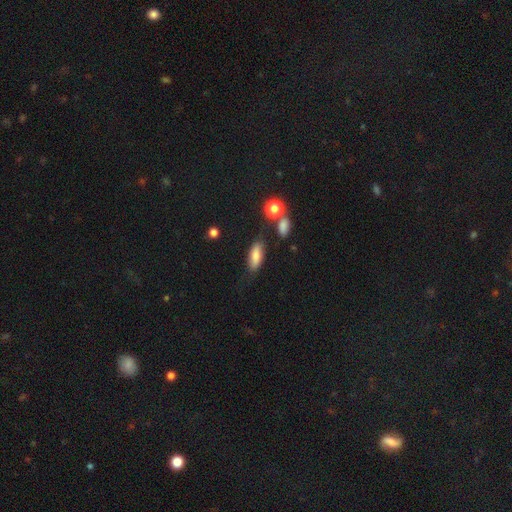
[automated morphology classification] Smooth or featured: smooth — 77% (featured or disk — 14%)
How rounded: in between — 70% (cigar-shaped — 27%)
Merging: none — 71% (minor disturbance — 18%)